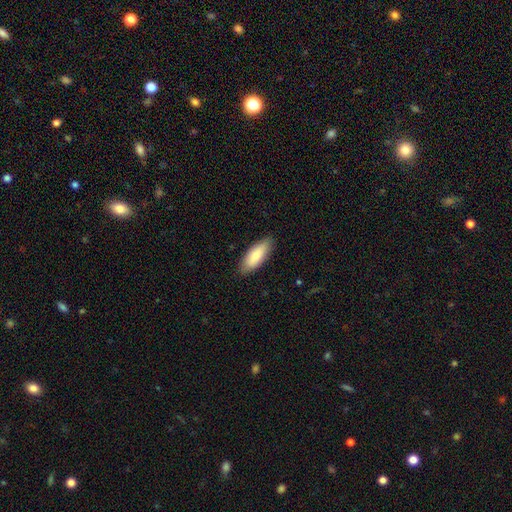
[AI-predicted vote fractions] This appears to be a smooth galaxy with no disk features (79%) that is in between round and cigar-shaped (76%). Merging: none (86%).